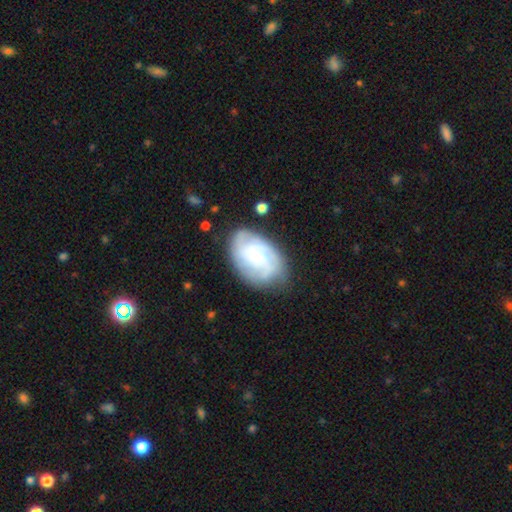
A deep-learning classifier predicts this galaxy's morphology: Smooth or featured?
  - featured or disk: 75% *
  - smooth: 19%
  - star or artifact: 6%
Edge-on disk?
  - no: 97% *
  - yes: 3%
Bar?
  - no: 64% *
  - weak: 31%
  - strong: 5%
Spiral arms?
  - yes: 94% *
  - no: 6%
Spiral winding?
  - tight: 59% *
  - medium: 32%
  - loose: 8%
Spiral arm count?
  - can't tell: 32% *
  - 3: 28%
  - 2: 18%
  - 4: 13%
  - more than 4: 5%
  - 1: 4%
Bulge size?
  - small: 61% *
  - moderate: 32%
  - none: 3%
  - large: 3%
  - dominant: 1%
Merging?
  - none: 75% *
  - minor disturbance: 18%
  - major disturbance: 5%
  - merger: 2%